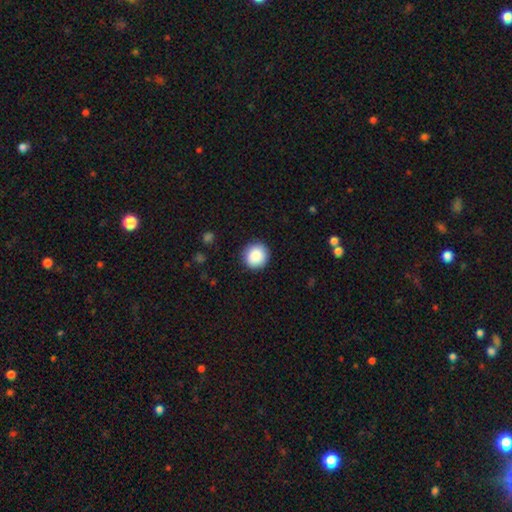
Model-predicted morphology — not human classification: This appears to be a smooth galaxy with no disk features (88%) that is round (93%). Merging: none (90%).